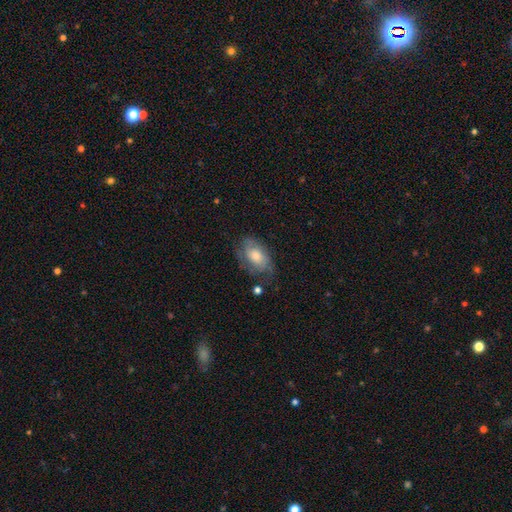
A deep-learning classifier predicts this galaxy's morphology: Overall: featured or disk (46%; smooth 45%). Merging: none (58%; minor disturbance 26%).